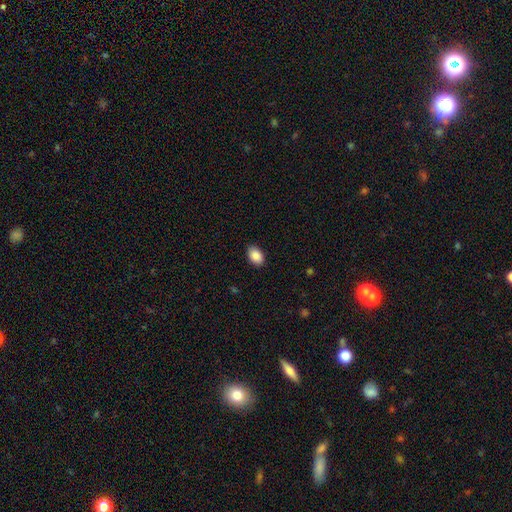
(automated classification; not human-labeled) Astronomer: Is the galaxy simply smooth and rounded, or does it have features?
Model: smooth — 89%.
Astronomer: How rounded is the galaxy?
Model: in between — 87%.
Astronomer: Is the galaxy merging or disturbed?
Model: none — 89%.